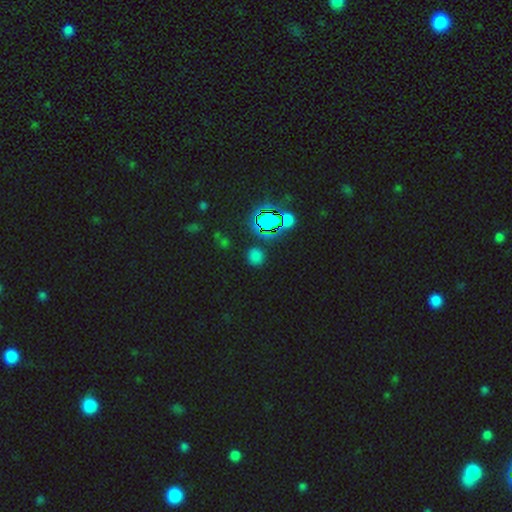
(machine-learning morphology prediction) A smooth galaxy with no disk features (55%) that is round (88%).

Vote fractions:
- Smooth or featured? smooth: 55% / star or artifact: 39% / featured or disk: 6%
- How rounded? round: 88% / in between: 10% / cigar-shaped: 1%
- Merging? none: 86% / minor disturbance: 8% / merger: 3% / major disturbance: 3%